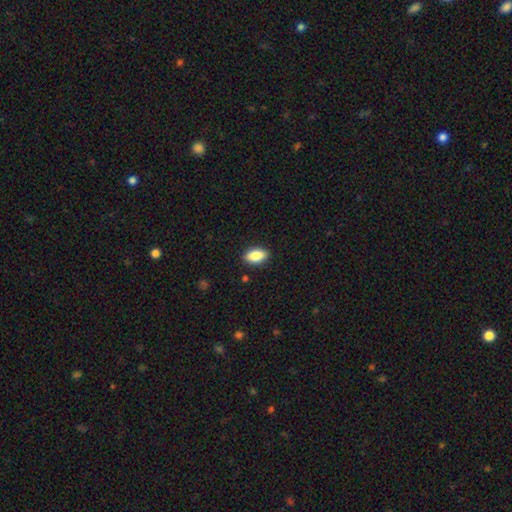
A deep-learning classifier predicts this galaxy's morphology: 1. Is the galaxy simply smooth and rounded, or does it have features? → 87% smooth, 7% star or artifact, 6% featured or disk.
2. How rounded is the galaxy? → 91% in between, 5% cigar-shaped, 5% round.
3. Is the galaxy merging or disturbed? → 89% none, 8% minor disturbance, 2% major disturbance, 1% merger.